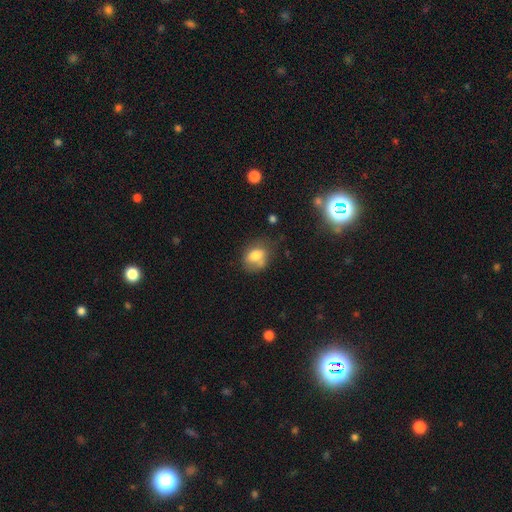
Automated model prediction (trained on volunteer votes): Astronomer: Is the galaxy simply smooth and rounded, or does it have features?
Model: smooth — 74%.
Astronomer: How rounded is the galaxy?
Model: in between — 60% (runner-up: round, 38%).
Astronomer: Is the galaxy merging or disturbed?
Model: none — 49% (runner-up: minor disturbance, 27%).